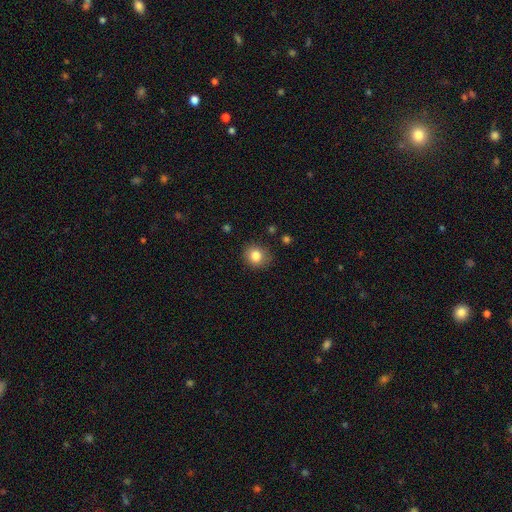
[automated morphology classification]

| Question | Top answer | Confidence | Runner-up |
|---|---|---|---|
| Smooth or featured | smooth | 83% | star or artifact (10%) |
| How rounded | round | 81% | in between (19%) |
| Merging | none | 86% | minor disturbance (10%) |